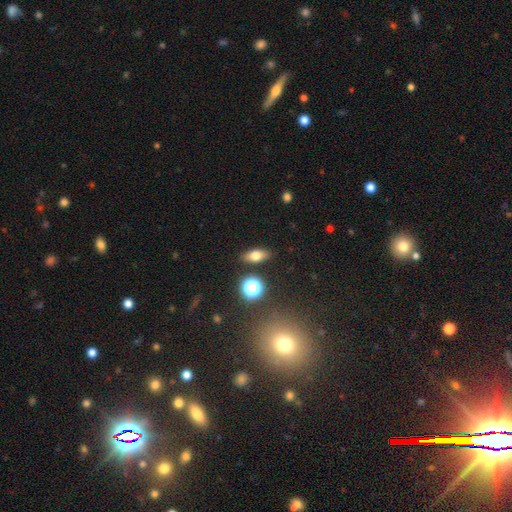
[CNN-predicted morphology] smooth 70%, featured or disk 16%, star or artifact 14%. Down the decision tree: how rounded — in between (74%); merging — none (87%).